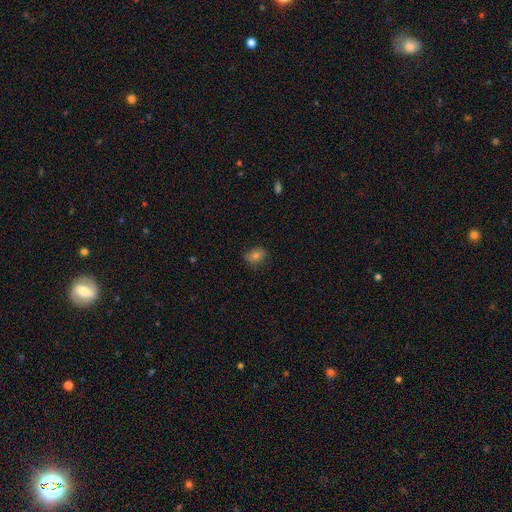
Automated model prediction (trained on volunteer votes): smooth 68%, featured or disk 17%, star or artifact 14%. Down the decision tree: how rounded — in between (62%); merging — none (80%).